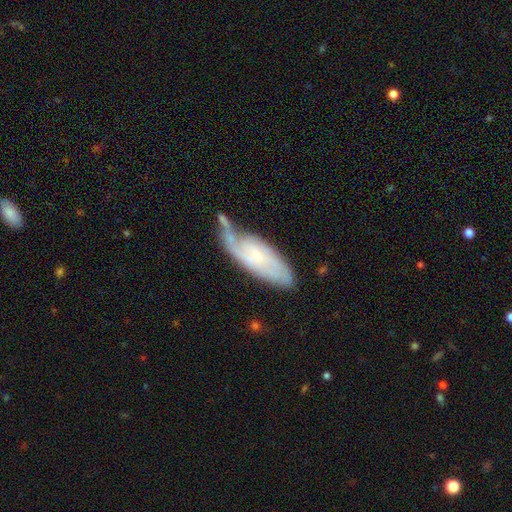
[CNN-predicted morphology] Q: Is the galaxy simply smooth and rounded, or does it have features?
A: featured or disk — 71%.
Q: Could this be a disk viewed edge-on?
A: no — 90%.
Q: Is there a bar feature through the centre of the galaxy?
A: no — 59%.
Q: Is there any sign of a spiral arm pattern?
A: yes — 89%.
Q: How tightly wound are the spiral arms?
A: tight — 41%.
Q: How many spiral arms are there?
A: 2 — 39%.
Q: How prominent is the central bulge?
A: small — 71%.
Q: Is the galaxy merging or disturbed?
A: none — 39%.